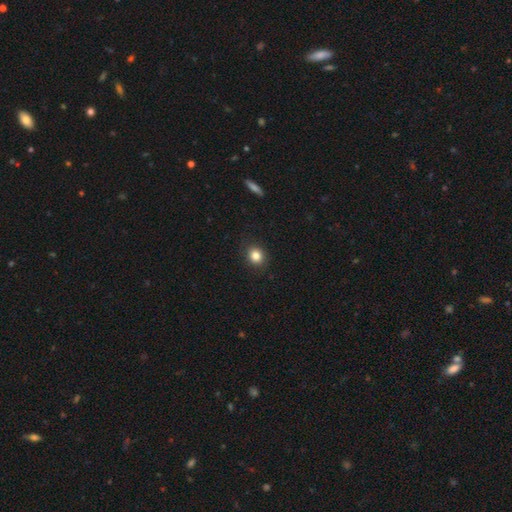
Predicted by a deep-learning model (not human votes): Q: Smooth or featured?
A: smooth (84%); runner-up: star or artifact (10%)
Q: How rounded?
A: round (75%); runner-up: in between (23%)
Q: Merging?
A: none (89%); runner-up: minor disturbance (8%)